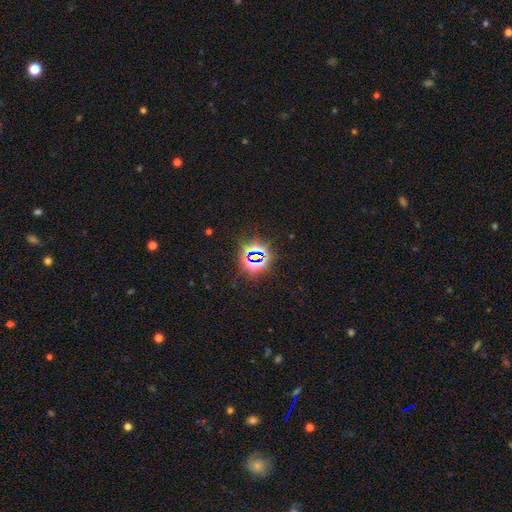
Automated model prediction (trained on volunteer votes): Smooth or featured? Predicted: star or artifact (p=0.77).